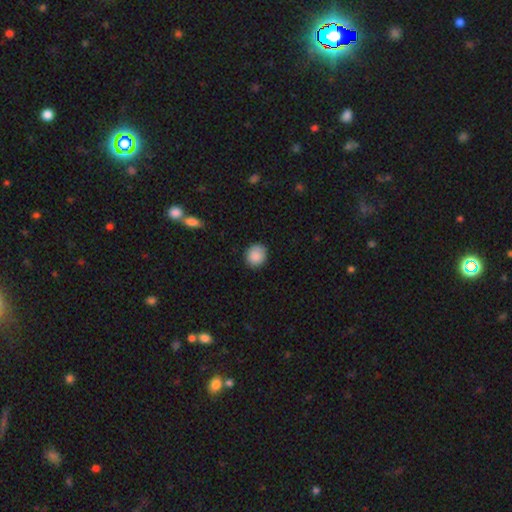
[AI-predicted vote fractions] smooth_or_featured: smooth (p=0.89) [alt: star or artifact p=0.08]
how_rounded: round (p=0.82) [alt: in between p=0.17]
merging: none (p=0.86) [alt: minor disturbance p=0.11]